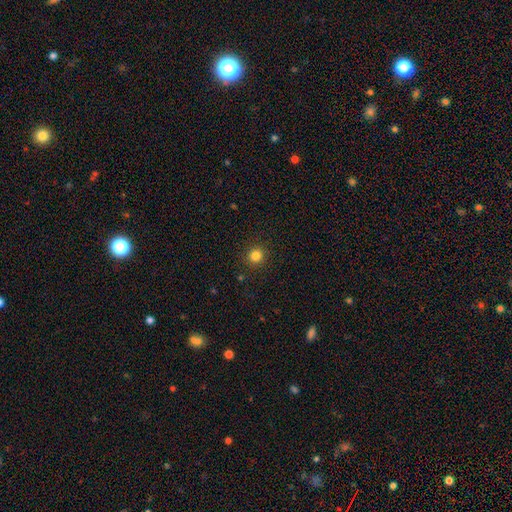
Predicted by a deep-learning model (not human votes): The model was most divided on "smooth or featured": smooth: 83%, star or artifact: 13%, featured or disk: 4%. More confident: how rounded — round (92%); merging — none (91%).